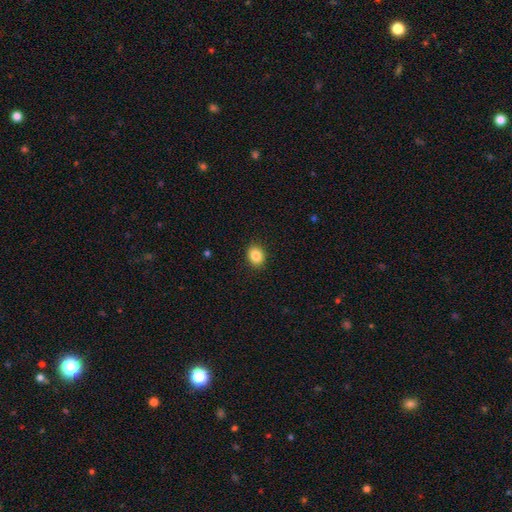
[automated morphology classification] Smooth or featured? Predicted: smooth (p=0.86). How rounded? Predicted: round (p=0.51). Merging? Predicted: none (p=0.90).